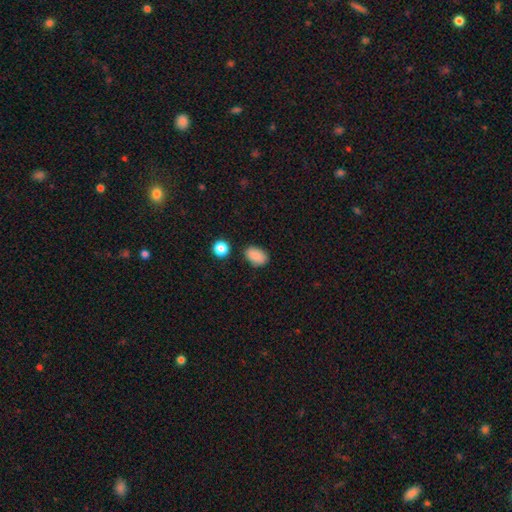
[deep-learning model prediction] A smooth galaxy with no disk features (87%) that is in between round and cigar-shaped (85%).

Vote fractions:
- Smooth or featured? smooth: 87% / star or artifact: 9% / featured or disk: 4%
- How rounded? in between: 85% / round: 14% / cigar-shaped: 1%
- Merging? none: 81% / minor disturbance: 13% / merger: 3% / major disturbance: 3%